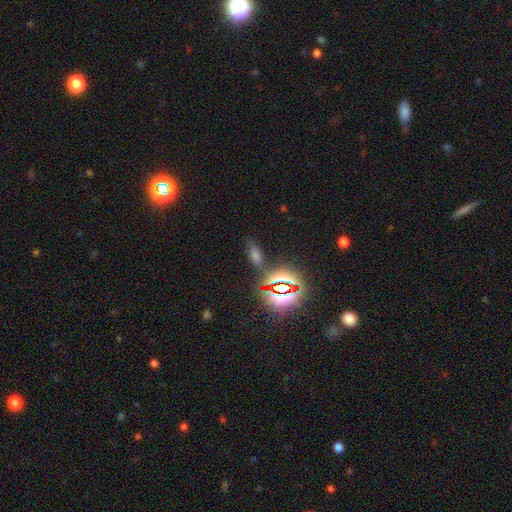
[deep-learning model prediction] The model was most divided on "smooth or featured": star or artifact: 51%, smooth: 35%, featured or disk: 14%.